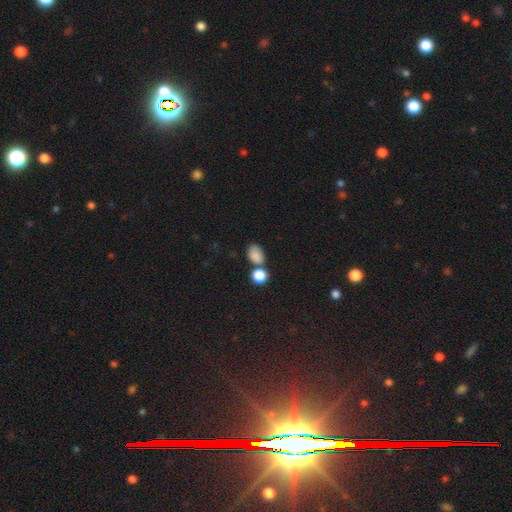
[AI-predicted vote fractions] A smooth galaxy with no disk features (84%) that is in between round and cigar-shaped (75%). Merging: none (55%).